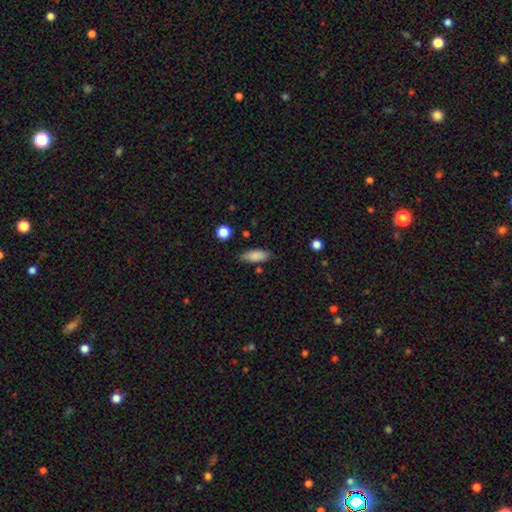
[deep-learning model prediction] This appears to be a smooth galaxy with no disk features (85%) that is in between round and cigar-shaped (76%). Merging: none (79%).